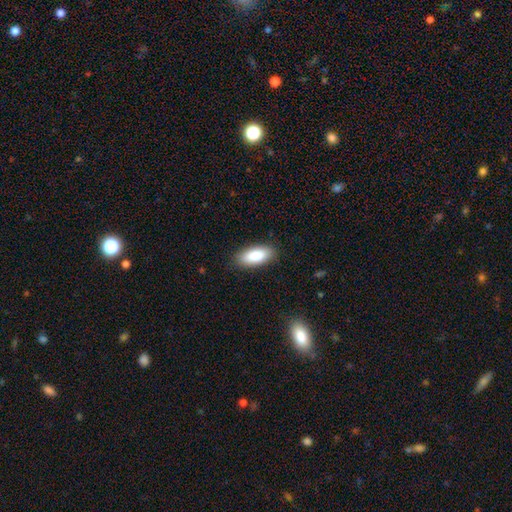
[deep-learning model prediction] A smooth galaxy with no disk features (87%) that is in between round and cigar-shaped (85%).

Vote fractions:
- Smooth or featured? smooth: 87% / featured or disk: 7% / star or artifact: 6%
- How rounded? in between: 85% / cigar-shaped: 13% / round: 2%
- Merging? none: 87% / minor disturbance: 10% / major disturbance: 2% / merger: 1%